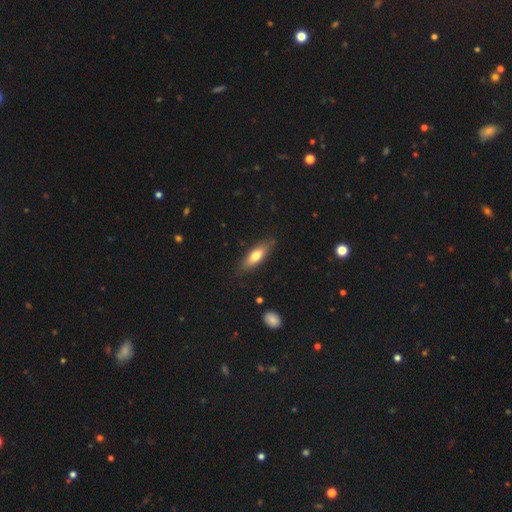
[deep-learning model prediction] A smooth galaxy with no disk features (67%) that is in between round and cigar-shaped (52%). Merging: none (82%).